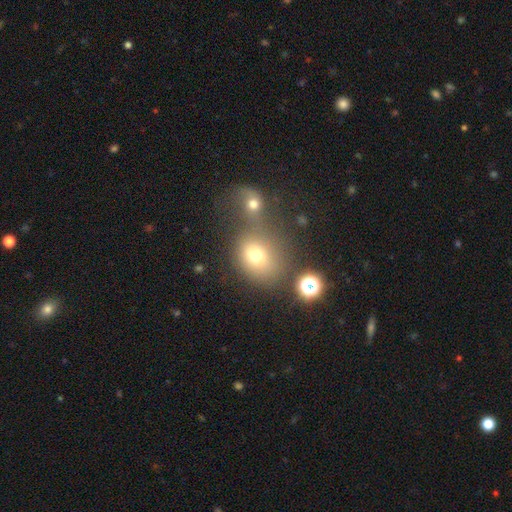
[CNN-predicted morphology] Smooth or featured? smooth (70%)
How rounded? round (66%)
Merging? none (40%)